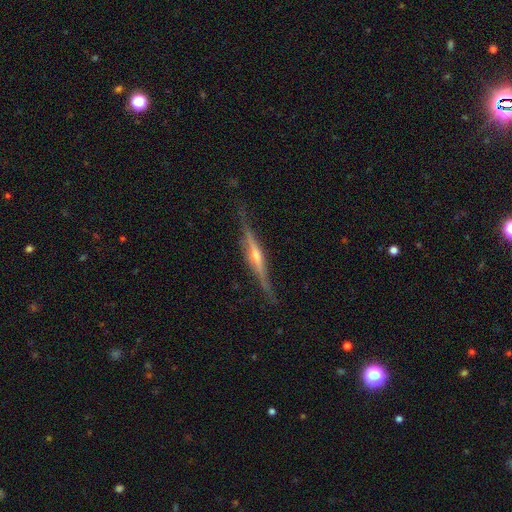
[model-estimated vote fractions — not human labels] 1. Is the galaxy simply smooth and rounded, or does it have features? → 81% featured or disk, 13% smooth, 6% star or artifact.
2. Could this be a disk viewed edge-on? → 98% yes, 2% no.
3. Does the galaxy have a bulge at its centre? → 82% rounded, 10% none, 8% boxy.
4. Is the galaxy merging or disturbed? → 84% none, 12% minor disturbance, 3% major disturbance, 1% merger.